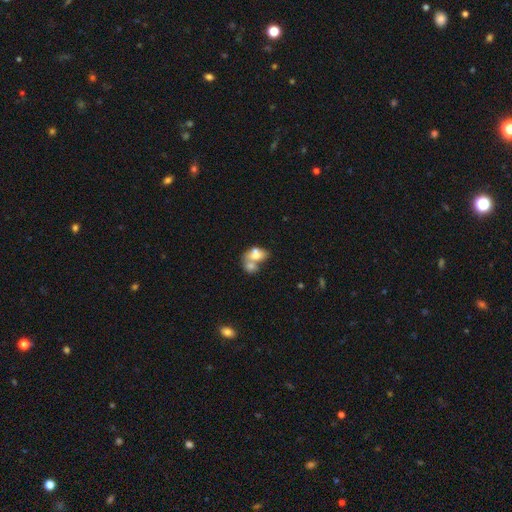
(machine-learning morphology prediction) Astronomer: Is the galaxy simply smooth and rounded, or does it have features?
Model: smooth — 65%.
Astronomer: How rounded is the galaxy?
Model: in between — 75%.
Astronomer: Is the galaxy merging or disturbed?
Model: merger — 71%.